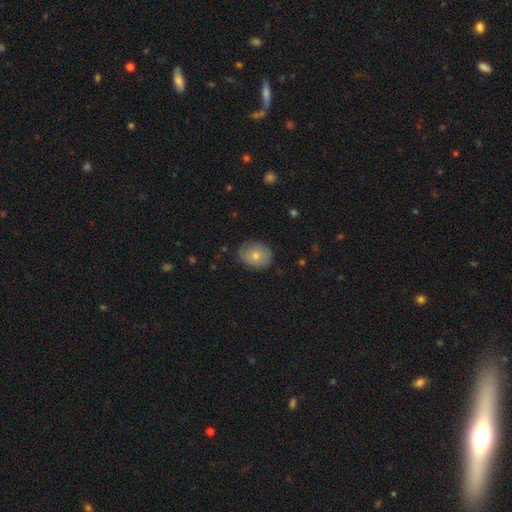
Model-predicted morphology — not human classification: Smooth or featured?
  - smooth: 73% *
  - featured or disk: 20%
  - star or artifact: 7%
How rounded?
  - in between: 50% *
  - round: 49%
  - cigar-shaped: 1%
Merging?
  - none: 75% *
  - minor disturbance: 20%
  - major disturbance: 4%
  - merger: 1%